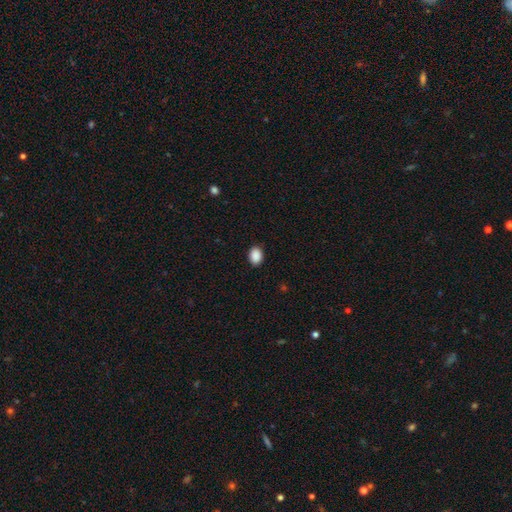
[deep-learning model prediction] The model was most divided on "how rounded": in between: 69%, round: 30%, cigar-shaped: 1%. More confident: smooth or featured — smooth (90%); merging — none (89%).